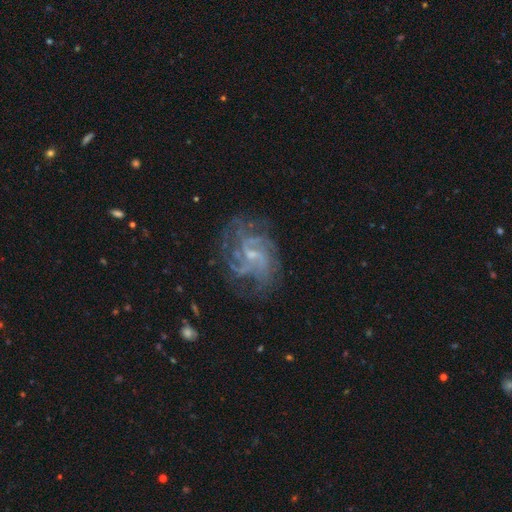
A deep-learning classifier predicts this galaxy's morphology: Q: Smooth or featured?
A: featured or disk (77%); runner-up: star or artifact (14%)
Q: Edge-on disk?
A: no (97%); runner-up: yes (3%)
Q: Bar?
A: weak (48%); runner-up: no (40%)
Q: Spiral arms?
A: yes (94%); runner-up: no (6%)
Q: Spiral winding?
A: tight (43%); runner-up: medium (42%)
Q: Spiral arm count?
A: can't tell (30%); runner-up: 4 (20%)
Q: Bulge size?
A: small (71%); runner-up: moderate (19%)
Q: Merging?
A: none (77%); runner-up: minor disturbance (13%)